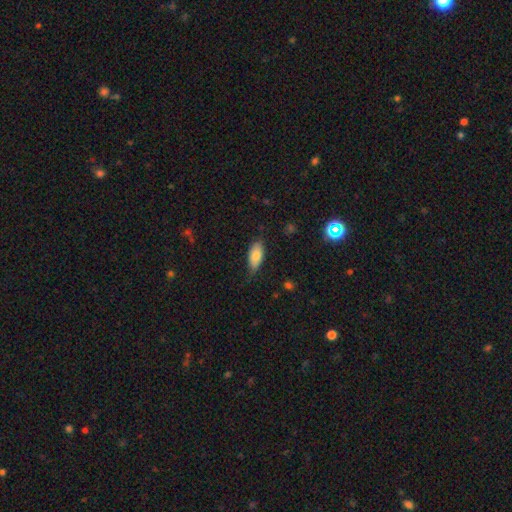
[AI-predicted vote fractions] Overall: smooth (80%). How rounded: in between (89%). Merging: none (72%).